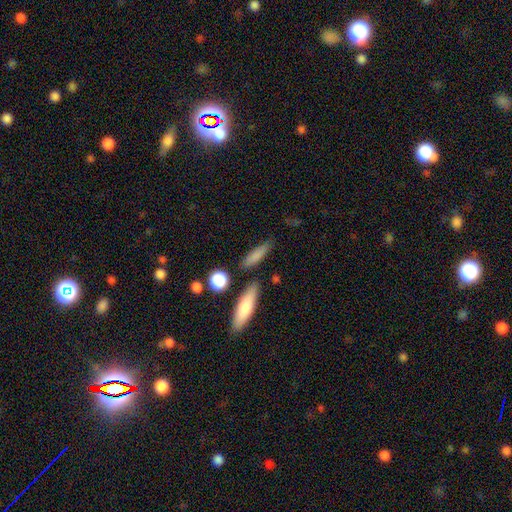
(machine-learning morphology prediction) This appears to be a smooth galaxy with no disk features (79%) that is cigar-shaped (61%). Merging: none (76%).